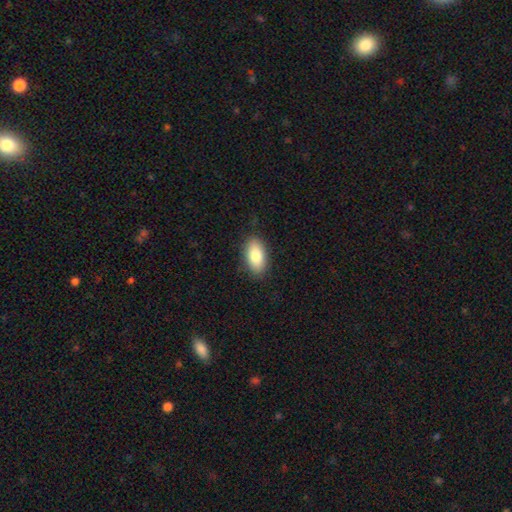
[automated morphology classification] Smooth or featured?
  - smooth: 82% *
  - featured or disk: 11%
  - star or artifact: 7%
How rounded?
  - in between: 92% *
  - cigar-shaped: 4%
  - round: 4%
Merging?
  - none: 86% *
  - minor disturbance: 11%
  - major disturbance: 2%
  - merger: 1%